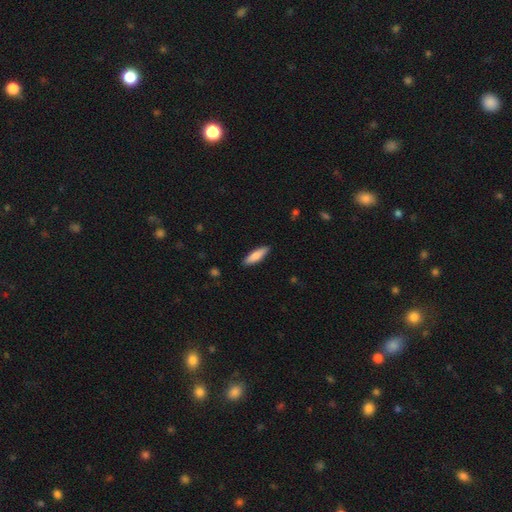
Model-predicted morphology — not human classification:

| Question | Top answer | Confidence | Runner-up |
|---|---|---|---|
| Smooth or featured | smooth | 80% | featured or disk (15%) |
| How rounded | cigar-shaped | 62% | in between (36%) |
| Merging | none | 89% | minor disturbance (8%) |